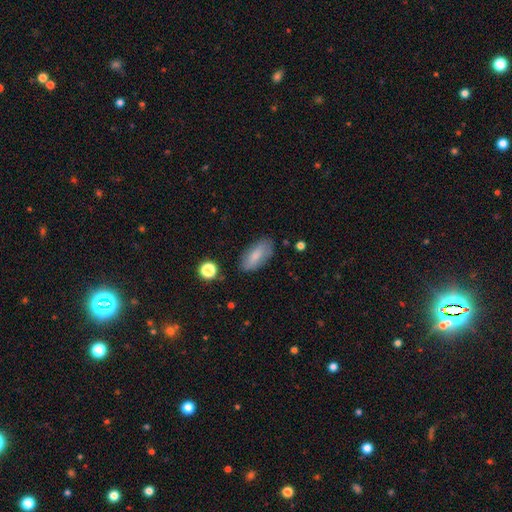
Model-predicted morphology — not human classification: smooth 78%, featured or disk 15%, star or artifact 7%. Down the decision tree: how rounded — in between (85%); merging — none (80%).